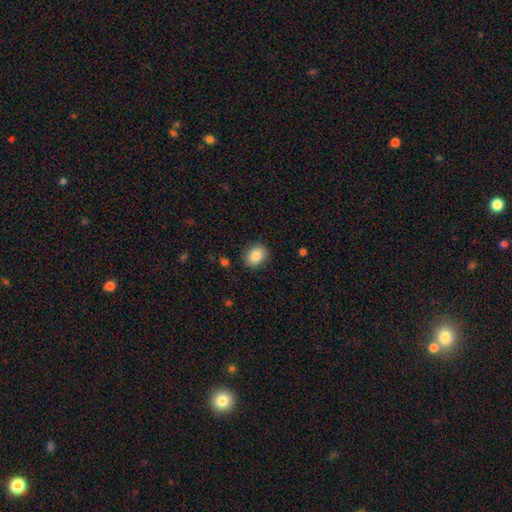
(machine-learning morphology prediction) The model was most divided on "how rounded": in between: 51%, round: 48%, cigar-shaped: 1%. More confident: merging — none (87%); smooth or featured — smooth (85%).